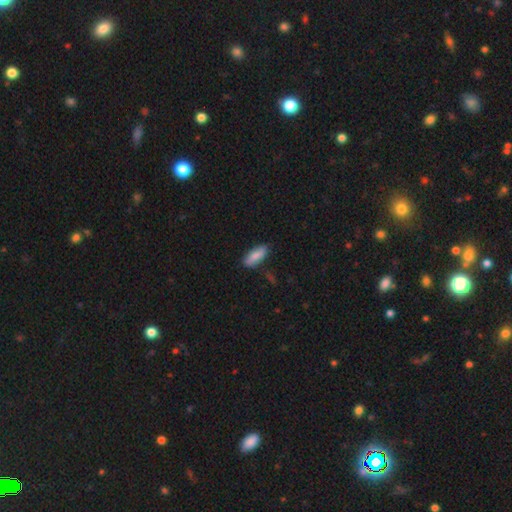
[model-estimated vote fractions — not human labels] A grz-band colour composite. It shows a smooth galaxy with no disk features (82%) that is in between round and cigar-shaped (76%). Merging: none (77%).